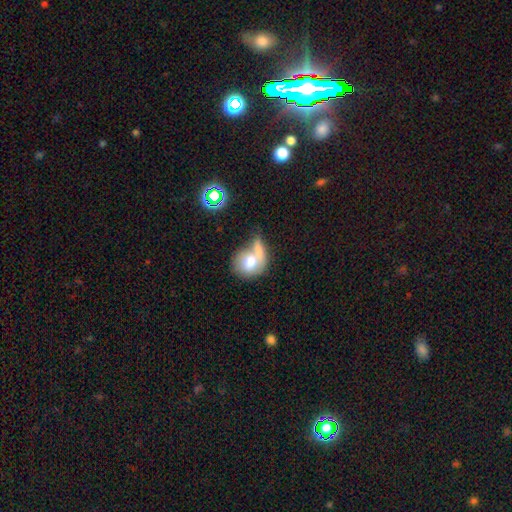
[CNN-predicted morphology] type=smooth (67%); roundness=round (71%); merging=merger (41%).